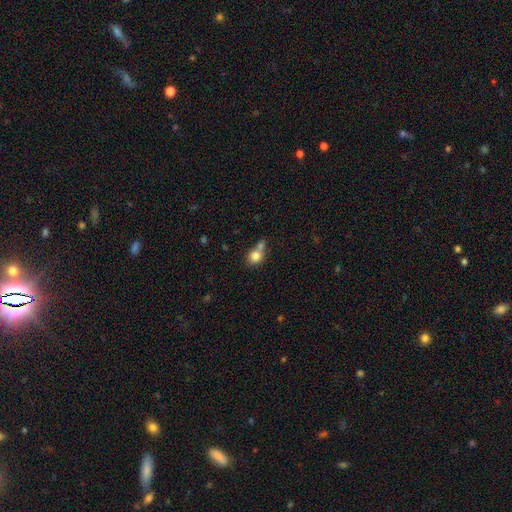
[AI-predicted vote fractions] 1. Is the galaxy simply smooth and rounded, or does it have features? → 80% smooth, 10% featured or disk, 10% star or artifact.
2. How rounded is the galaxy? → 72% round, 27% in between, 1% cigar-shaped.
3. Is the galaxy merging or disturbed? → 44% merger, 40% none, 11% minor disturbance, 5% major disturbance.